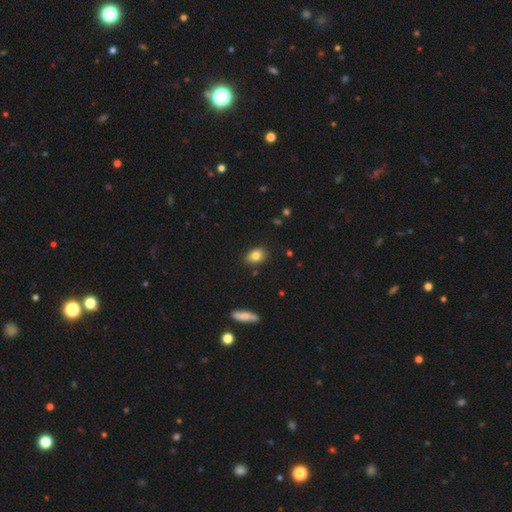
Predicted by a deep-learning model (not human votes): Q: Smooth or featured?
A: smooth (82%); runner-up: star or artifact (9%)
Q: How rounded?
A: in between (71%); runner-up: round (27%)
Q: Merging?
A: none (84%); runner-up: minor disturbance (12%)